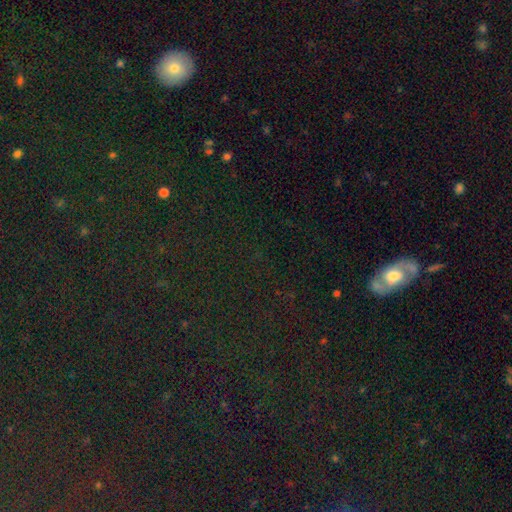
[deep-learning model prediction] Smooth or featured? Predicted: star or artifact (p=0.53).